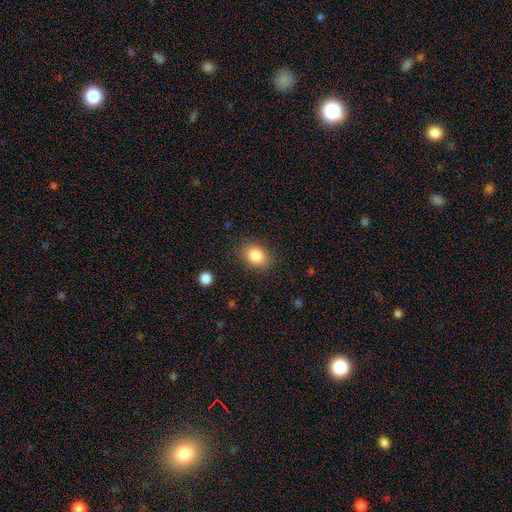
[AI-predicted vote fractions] Smooth or featured: smooth — 85% (star or artifact — 9%)
How rounded: in between — 66% (round — 33%)
Merging: none — 85% (minor disturbance — 11%)